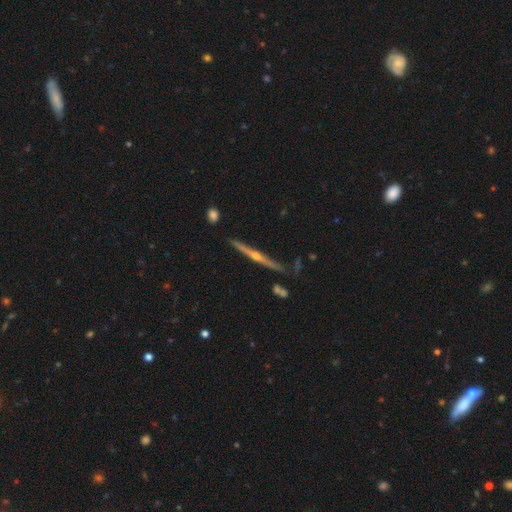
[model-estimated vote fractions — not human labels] Overall: featured or disk (84%). Edge-on disk: yes (98%). Edge-on bulge: rounded (90%). Merging: none (87%).